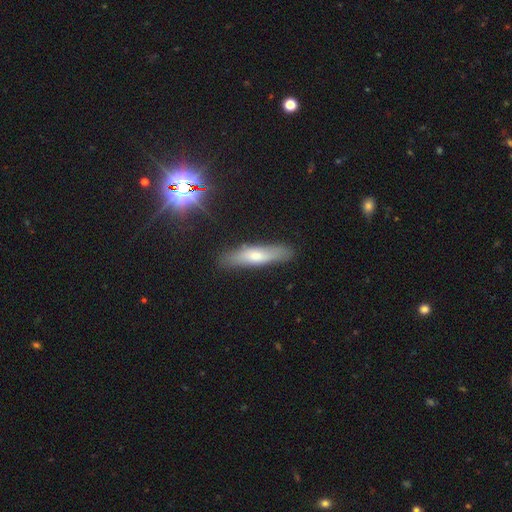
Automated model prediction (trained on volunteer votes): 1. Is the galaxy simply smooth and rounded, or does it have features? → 63% smooth, 29% featured or disk, 8% star or artifact.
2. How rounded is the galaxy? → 75% cigar-shaped, 24% in between, 2% round.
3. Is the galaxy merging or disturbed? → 83% none, 13% minor disturbance, 3% major disturbance, 2% merger.